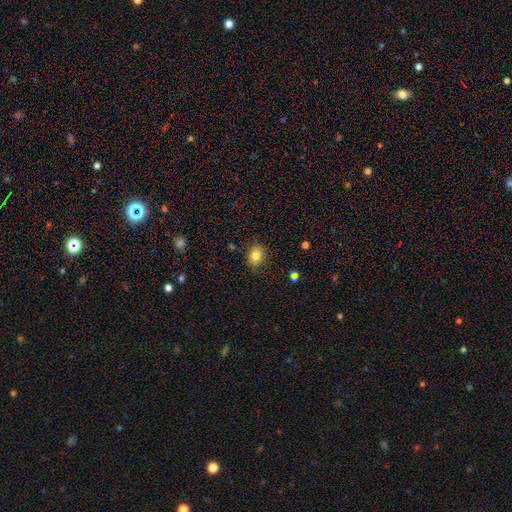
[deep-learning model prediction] Morphology: type=smooth (81%); roundness=round (55%); merging=none (84%).